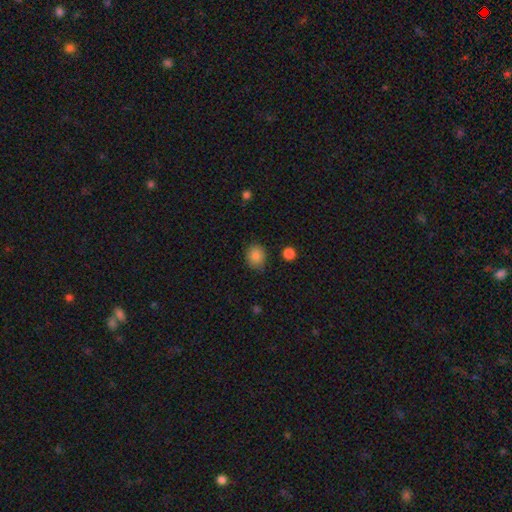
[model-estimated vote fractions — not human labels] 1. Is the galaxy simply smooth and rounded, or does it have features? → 84% smooth, 10% star or artifact, 6% featured or disk.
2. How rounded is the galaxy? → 63% round, 37% in between, 1% cigar-shaped.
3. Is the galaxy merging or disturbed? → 80% none, 15% minor disturbance, 3% major disturbance, 2% merger.